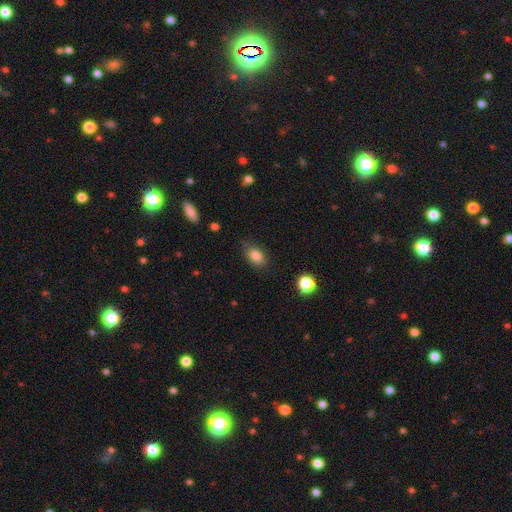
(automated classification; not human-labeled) Morphology: type=smooth (83%); roundness=in between (85%); merging=none (76%).